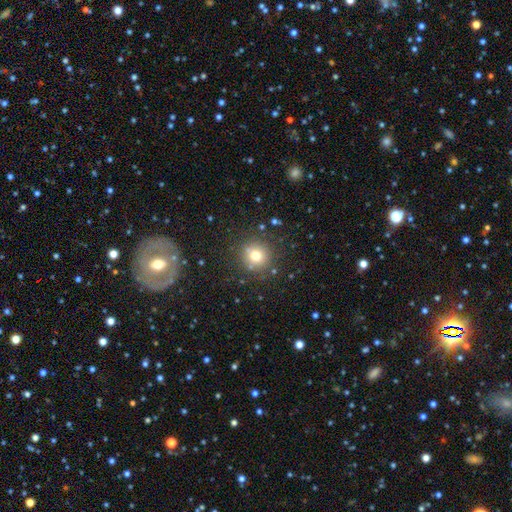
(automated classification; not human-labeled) This is likely a smooth galaxy (74%). How rounded: clearly round (93%). Merging: clearly none (84%).